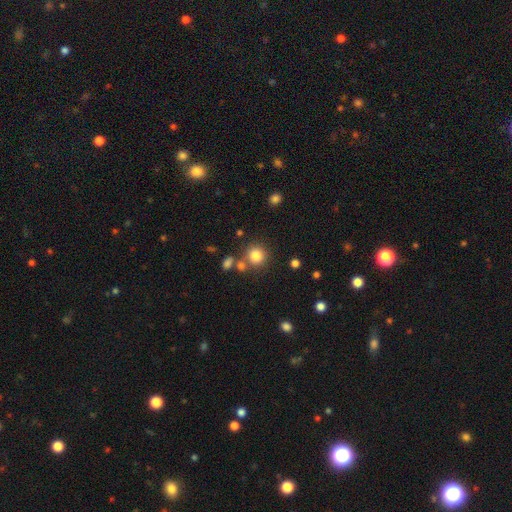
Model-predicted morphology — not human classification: type=smooth (82%); roundness=round (91%); merging=none (73%).